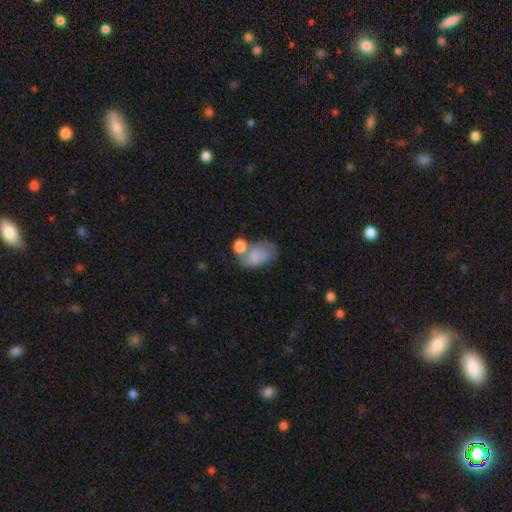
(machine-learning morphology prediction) Smooth or featured: smooth — 70% (featured or disk — 21%)
How rounded: in between — 86% (round — 13%)
Merging: merger — 36% (none — 27%)